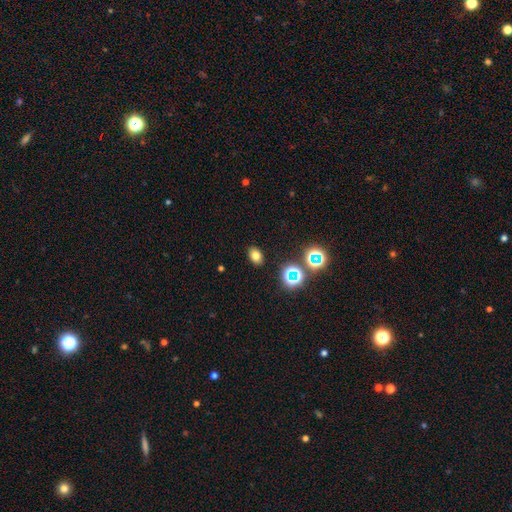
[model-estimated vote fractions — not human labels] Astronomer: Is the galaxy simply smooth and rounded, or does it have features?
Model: smooth — 74%.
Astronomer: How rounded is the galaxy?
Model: in between — 77%.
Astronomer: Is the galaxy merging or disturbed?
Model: none — 88%.